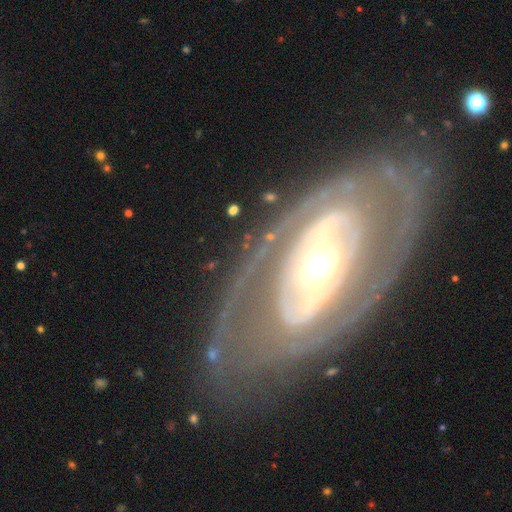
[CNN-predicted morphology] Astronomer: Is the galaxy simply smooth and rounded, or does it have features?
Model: featured or disk — 81%.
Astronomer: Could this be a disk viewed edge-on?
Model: no — 90%.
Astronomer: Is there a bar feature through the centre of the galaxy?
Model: no — 62%.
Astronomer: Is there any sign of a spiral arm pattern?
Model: yes — 56% (runner-up: no, 44%).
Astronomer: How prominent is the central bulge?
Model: moderate — 58%.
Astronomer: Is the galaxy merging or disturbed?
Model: none — 78%.